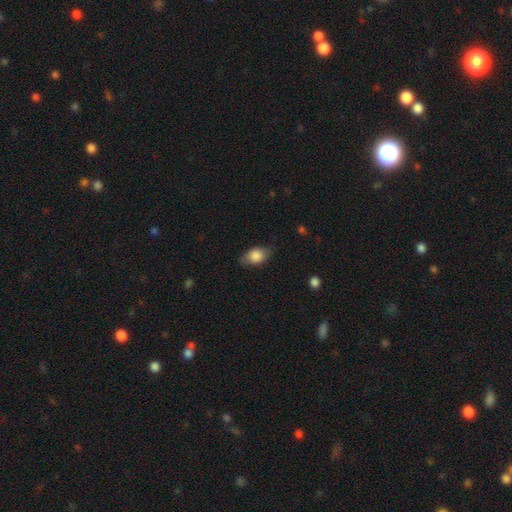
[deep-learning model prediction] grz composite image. It shows a smooth galaxy with no disk features (80%) that is in between round and cigar-shaped (81%). Merging: none (73%).